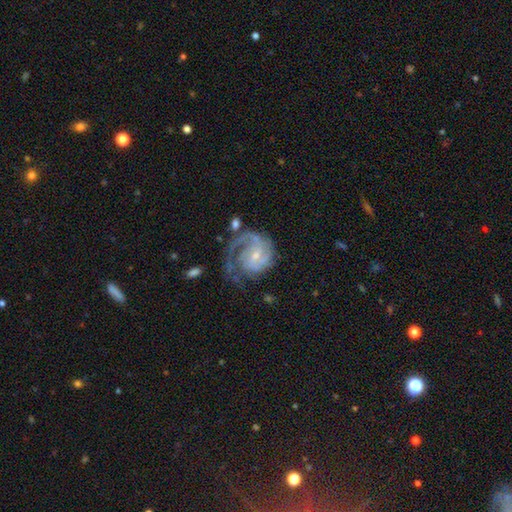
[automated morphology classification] Smooth or featured? Predicted: featured or disk (p=0.86). Edge-on disk? Predicted: no (p=0.98). Bar? Predicted: weak (p=0.50). Spiral arms? Predicted: yes (p=0.95). Spiral winding? Predicted: tight (p=0.49). Spiral arm count? Predicted: 2 (p=0.31). Bulge size? Predicted: small (p=0.66). Merging? Predicted: none (p=0.44).